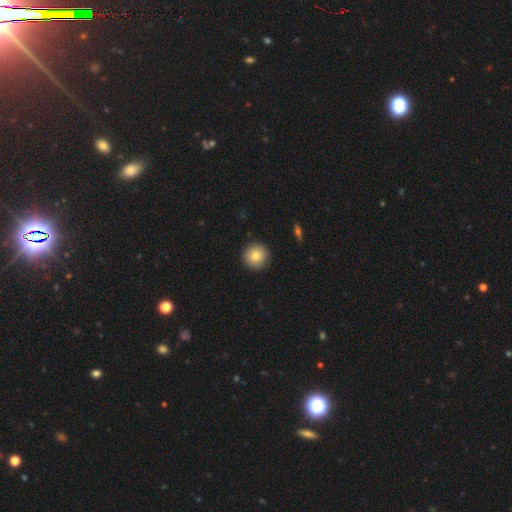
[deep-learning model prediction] Smooth or featured? smooth (82%)
How rounded? round (95%)
Merging? none (92%)